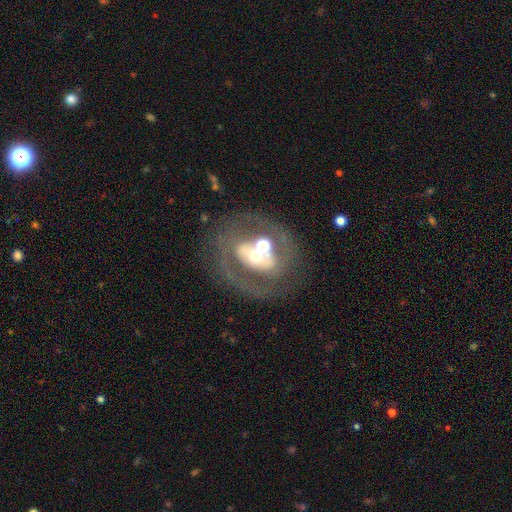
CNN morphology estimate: Overall: featured or disk (69%). Edge-on disk: no (94%). Bar: no (48%; strong 29%). Spiral arms: no (58%; yes 42%). Bulge size: moderate (61%). Merging: none (56%; merger 16%).